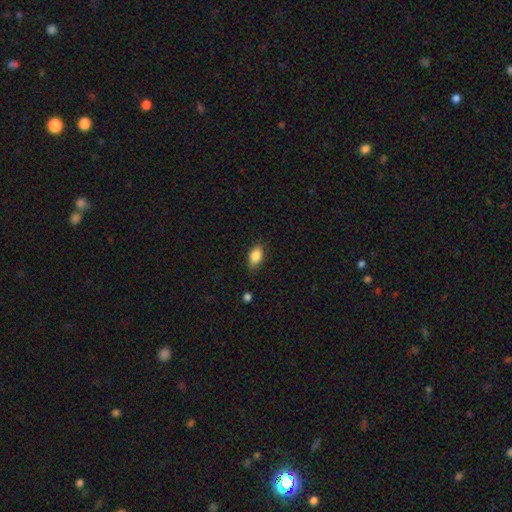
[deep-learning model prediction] The model was most divided on "merging": none: 81%, minor disturbance: 15%, major disturbance: 3%, merger: 1%. More confident: how rounded — in between (87%); smooth or featured — smooth (85%).